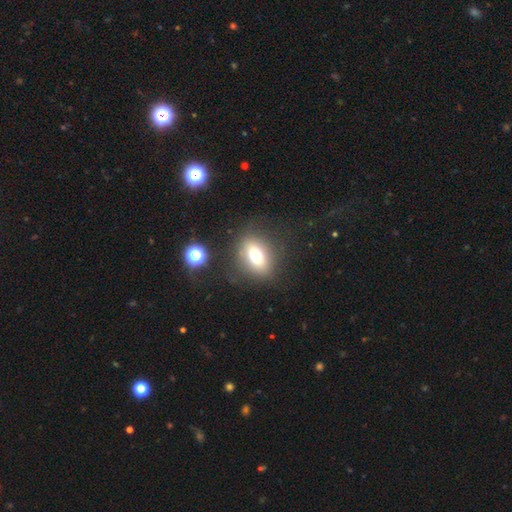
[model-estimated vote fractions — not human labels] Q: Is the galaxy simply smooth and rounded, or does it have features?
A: smooth — 69%.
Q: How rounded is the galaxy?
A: in between — 70%.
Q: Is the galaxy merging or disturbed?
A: none — 80%.